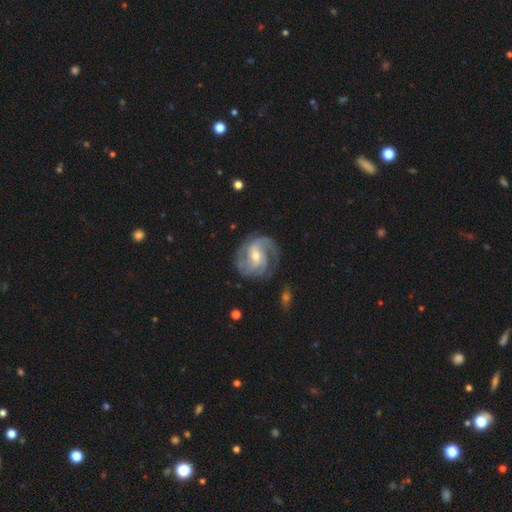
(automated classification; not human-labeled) Smooth or featured? featured or disk (90%)
Edge-on disk? no (98%)
Bar? weak (45%)
Spiral arms? yes (98%)
Spiral winding? tight (44%, tied with medium)
Spiral arm count? 3 (40%)
Bulge size? moderate (53%)
Merging? none (74%)